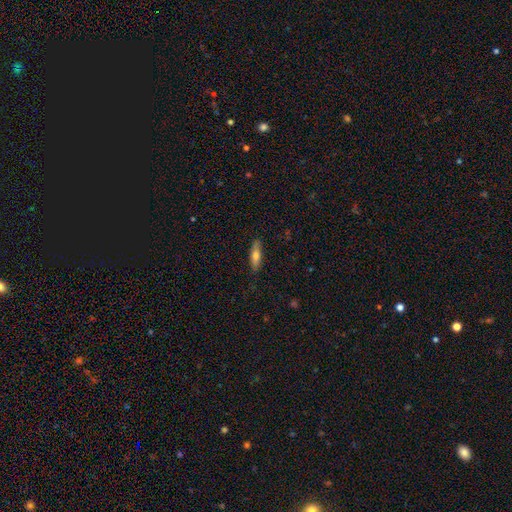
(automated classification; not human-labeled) The model was most divided on "how rounded": cigar-shaped: 59%, in between: 39%, round: 2%. More confident: merging — none (86%); smooth or featured — smooth (66%).